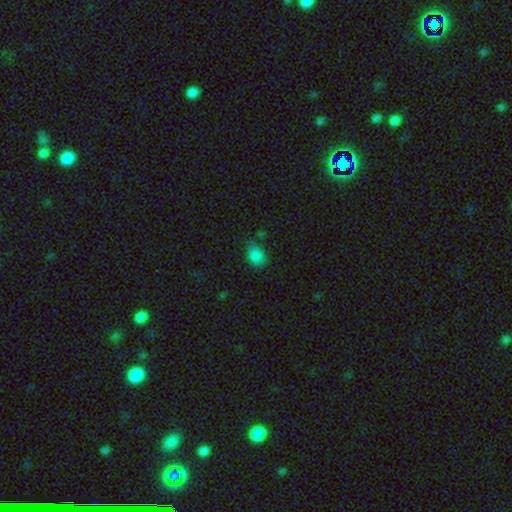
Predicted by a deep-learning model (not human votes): Smooth or featured: smooth — 84% (star or artifact — 12%)
How rounded: in between — 57% (round — 42%)
Merging: none — 63% (minor disturbance — 28%)